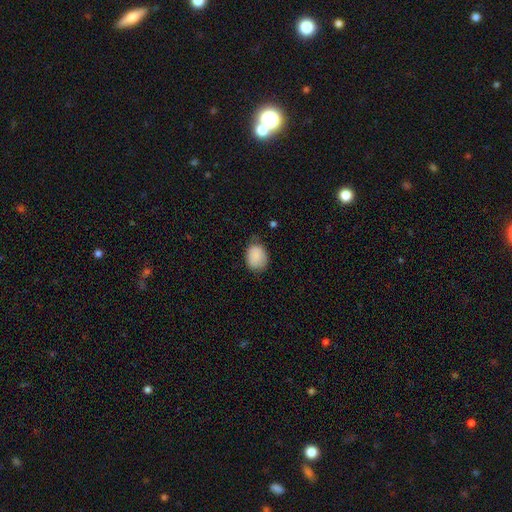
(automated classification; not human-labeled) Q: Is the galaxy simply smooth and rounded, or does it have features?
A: smooth — 88%.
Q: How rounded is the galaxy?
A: in between — 57%.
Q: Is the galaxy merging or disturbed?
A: none — 66%.